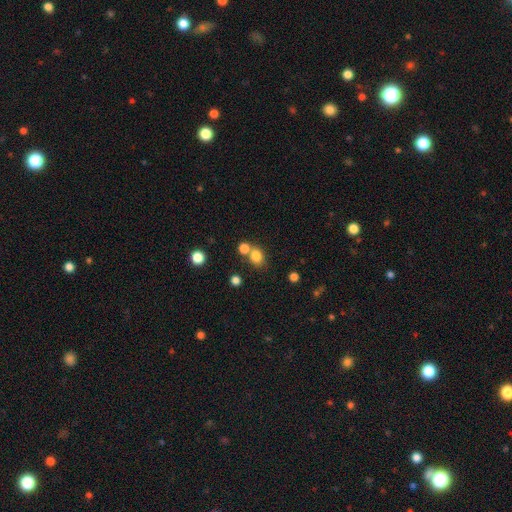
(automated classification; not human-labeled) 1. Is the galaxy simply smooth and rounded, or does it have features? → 81% smooth, 13% star or artifact, 7% featured or disk.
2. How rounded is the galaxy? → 65% round, 34% in between, 1% cigar-shaped.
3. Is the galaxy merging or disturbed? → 56% none, 31% merger, 9% minor disturbance, 4% major disturbance.